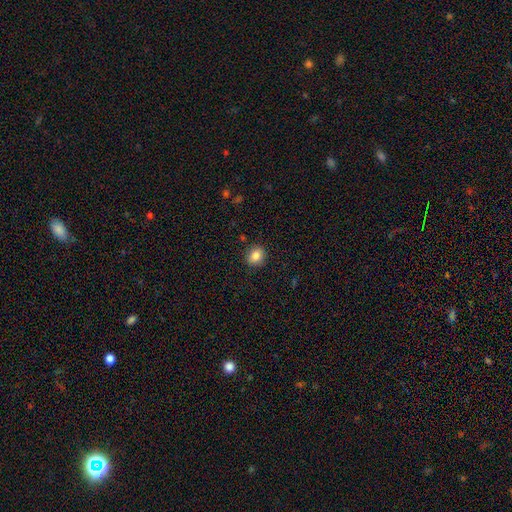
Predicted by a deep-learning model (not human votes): Smooth or featured?
  - smooth: 84% *
  - star or artifact: 10%
  - featured or disk: 6%
How rounded?
  - round: 74% *
  - in between: 25%
  - cigar-shaped: 1%
Merging?
  - none: 90% *
  - minor disturbance: 7%
  - major disturbance: 2%
  - merger: 1%